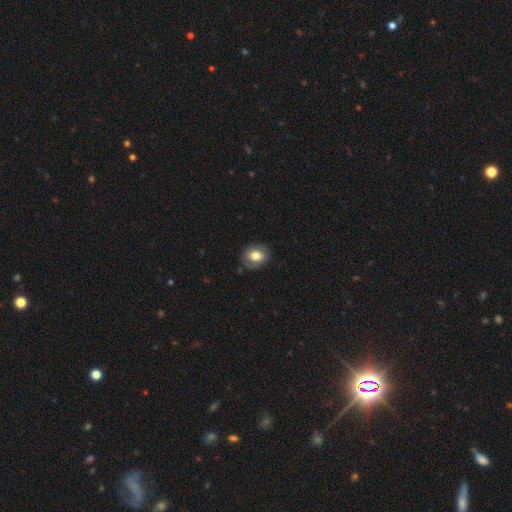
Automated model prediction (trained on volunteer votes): smooth 70%, featured or disk 22%, star or artifact 8%. Down the decision tree: how rounded — in between (56%); merging — none (76%).